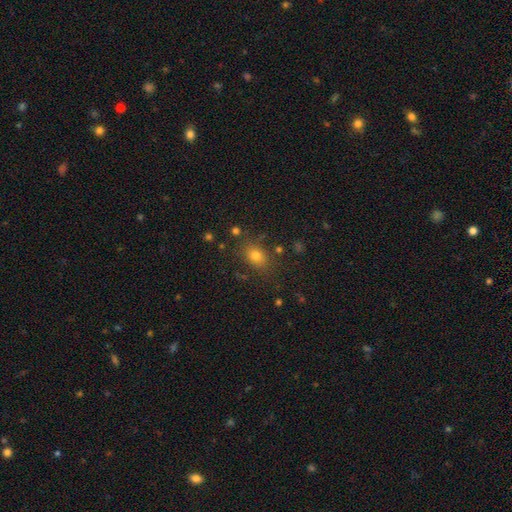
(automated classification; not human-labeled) This appears to be a smooth galaxy with no disk features (72%) that is in between round and cigar-shaped (55%). Merging: none (78%).